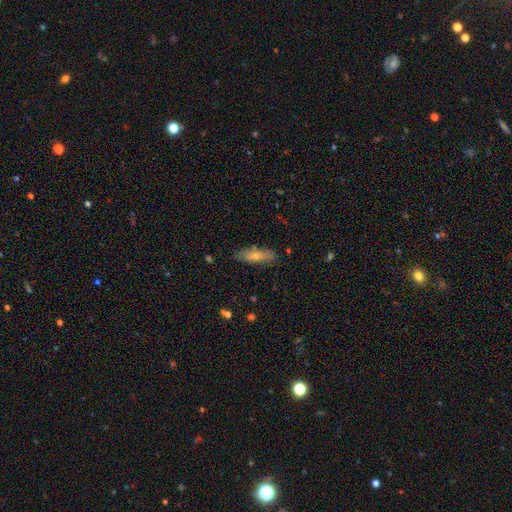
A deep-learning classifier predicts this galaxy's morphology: A smooth galaxy with no disk features (52%) that is cigar-shaped (60%). Merging: none (84%).